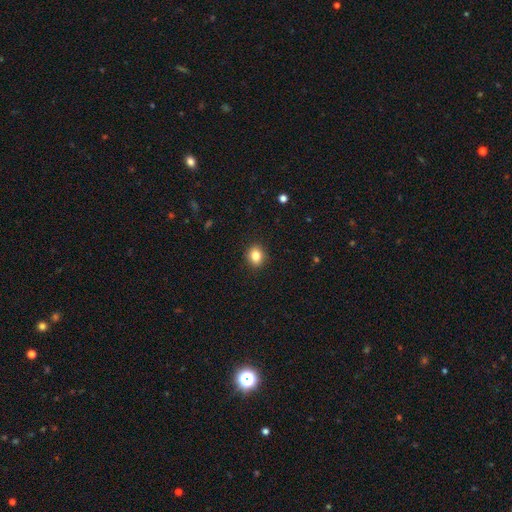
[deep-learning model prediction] Smooth or featured?
  - smooth: 84% *
  - star or artifact: 10%
  - featured or disk: 6%
How rounded?
  - round: 61% *
  - in between: 38%
  - cigar-shaped: 1%
Merging?
  - none: 90% *
  - minor disturbance: 7%
  - major disturbance: 2%
  - merger: 1%